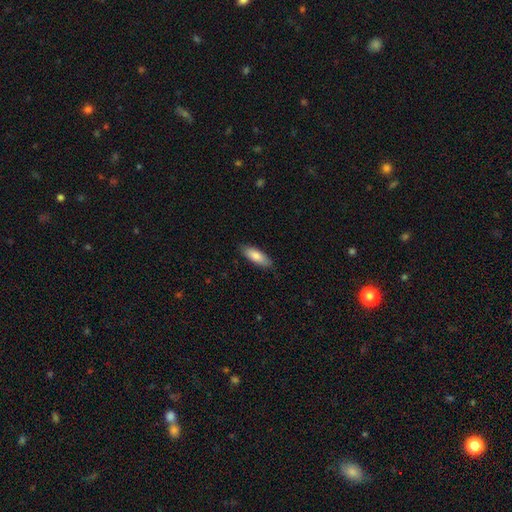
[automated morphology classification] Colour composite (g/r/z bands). It shows a smooth galaxy with no disk features (82%) that is in between round and cigar-shaped (69%). Merging: none (86%).